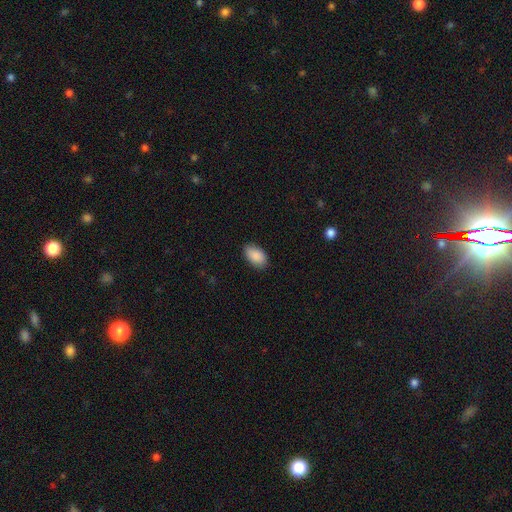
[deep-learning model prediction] Smooth or featured: smooth — 90% (star or artifact — 6%)
How rounded: in between — 92% (round — 7%)
Merging: none — 84% (minor disturbance — 13%)